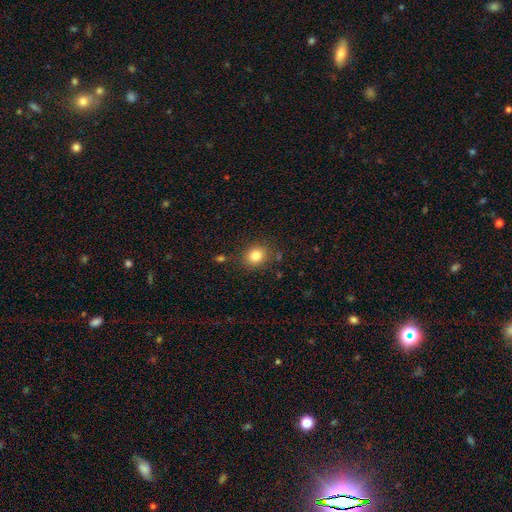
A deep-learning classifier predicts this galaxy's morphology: This is clearly a smooth galaxy (82%). How rounded: likely round (67%). Merging: clearly none (83%).